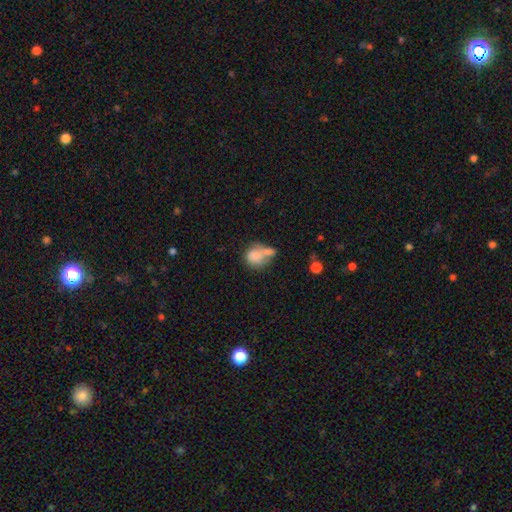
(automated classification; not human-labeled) A smooth galaxy with no disk features (76%) that is round (62%).

Vote fractions:
- Smooth or featured? smooth: 76% / featured or disk: 16% / star or artifact: 9%
- How rounded? round: 62% / in between: 37% / cigar-shaped: 1%
- Merging? merger: 50% / none: 26% / minor disturbance: 14% / major disturbance: 10%